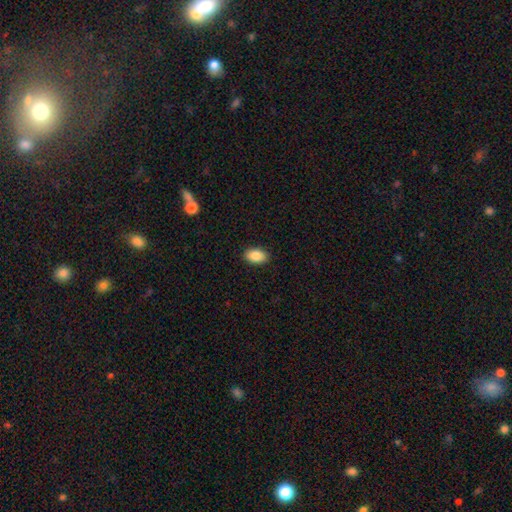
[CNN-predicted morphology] smooth-or-featured: smooth: 88% | star or artifact: 7% | featured or disk: 4%
  how-rounded: in between: 90% | round: 8% | cigar-shaped: 1%
  merging: none: 90% | minor disturbance: 8% | major disturbance: 2% | merger: 1%